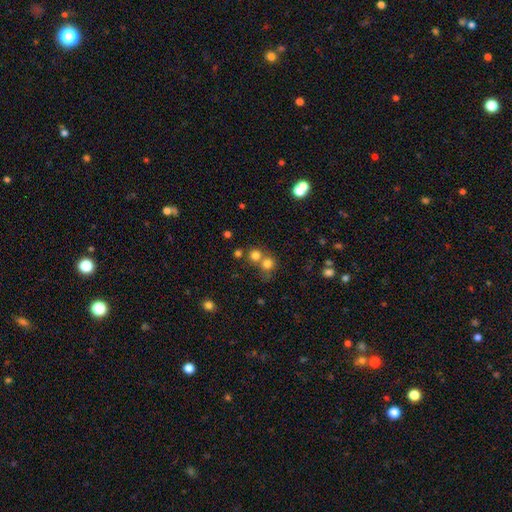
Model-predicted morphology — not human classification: The model was most divided on "merging": none: 51%, merger: 41%, minor disturbance: 6%, major disturbance: 3%. More confident: how rounded — round (88%); smooth or featured — smooth (75%).